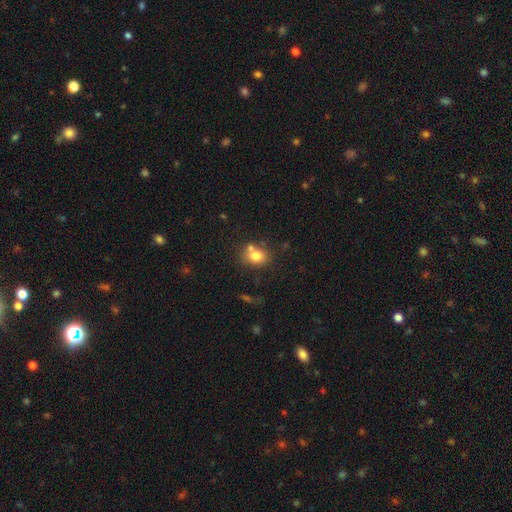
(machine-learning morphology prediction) This is likely a smooth galaxy (77%). How rounded: possibly round (52%). Merging: possibly none (58%).